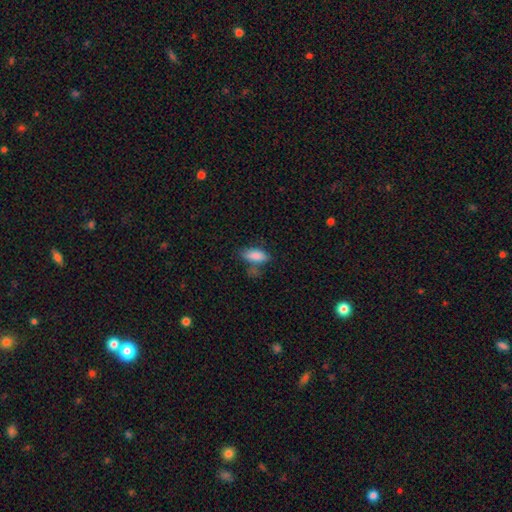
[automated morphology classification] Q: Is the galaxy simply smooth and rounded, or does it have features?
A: smooth — 84%.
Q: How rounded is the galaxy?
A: in between — 82%.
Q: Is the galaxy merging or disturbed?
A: none — 56%.